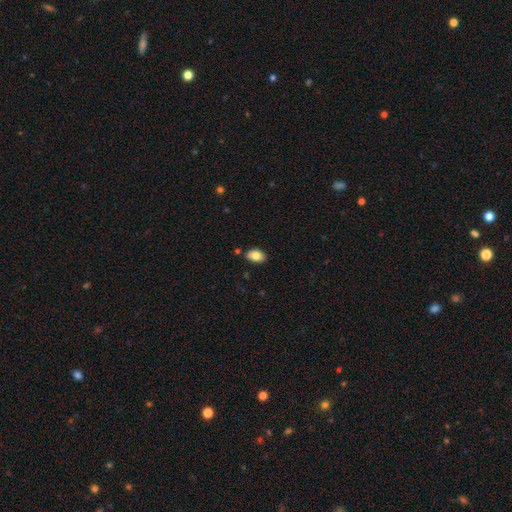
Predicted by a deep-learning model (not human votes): Q: Smooth or featured?
A: smooth (82%); runner-up: featured or disk (11%)
Q: How rounded?
A: in between (88%); runner-up: round (11%)
Q: Merging?
A: none (82%); runner-up: minor disturbance (13%)